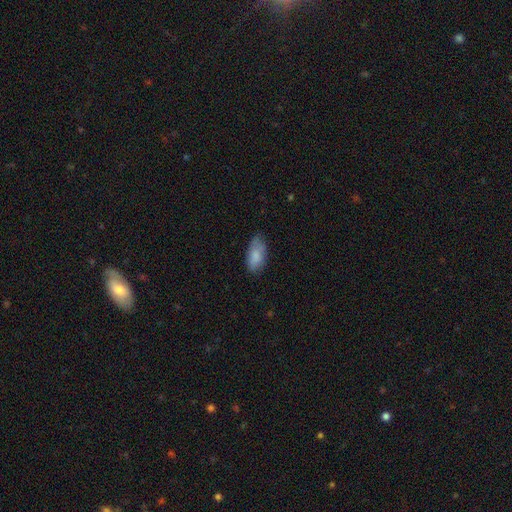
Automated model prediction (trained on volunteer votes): This is clearly a smooth galaxy (83%). How rounded: clearly in between (92%). Merging: likely none (62%).